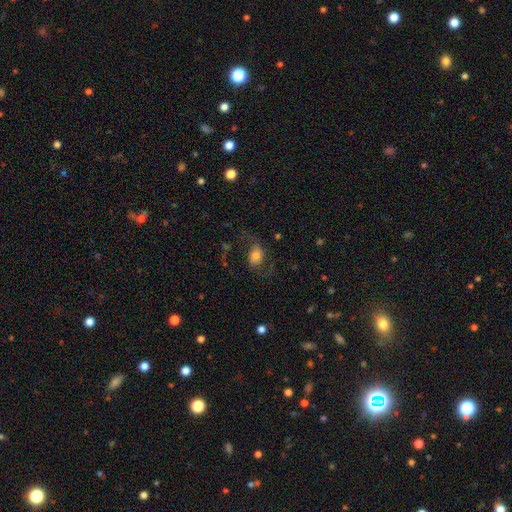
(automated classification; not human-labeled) A smooth galaxy with no disk features (49%).

Vote fractions:
- Smooth or featured? smooth: 49% / featured or disk: 41% / star or artifact: 10%
- Merging? none: 55% / major disturbance: 24% / minor disturbance: 19% / merger: 2%